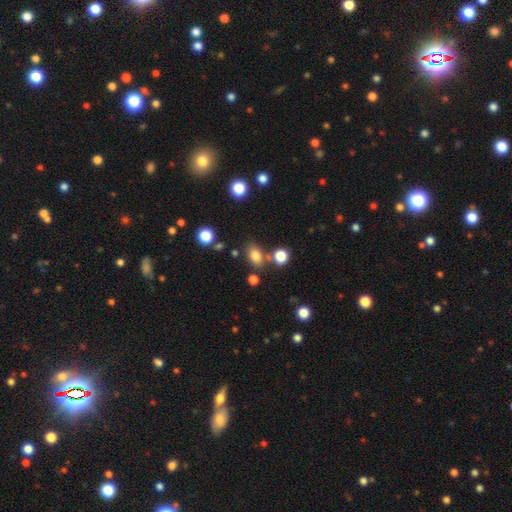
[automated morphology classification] A smooth galaxy with no disk features (80%) that is in between round and cigar-shaped (75%). Merging: none (69%).